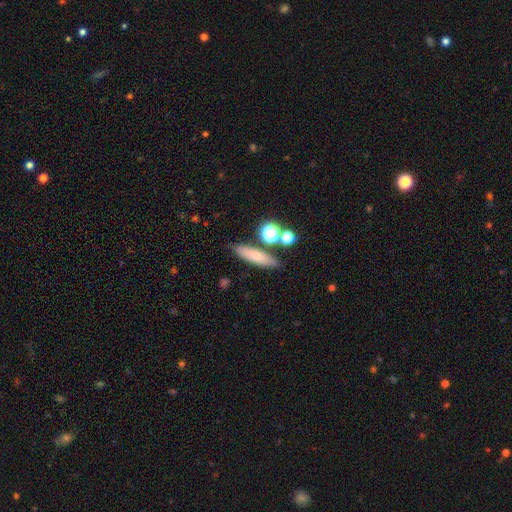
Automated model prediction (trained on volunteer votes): Smooth or featured? Predicted: smooth (p=0.70). How rounded? Predicted: cigar-shaped (p=0.59). Merging? Predicted: none (p=0.75).